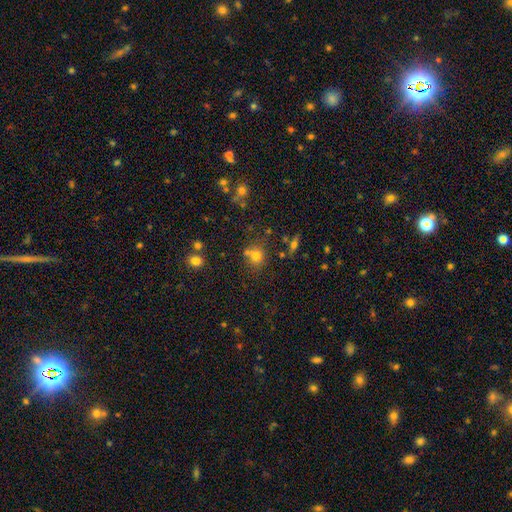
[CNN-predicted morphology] type=smooth (69%); roundness=round (75%); merging=none (61%).